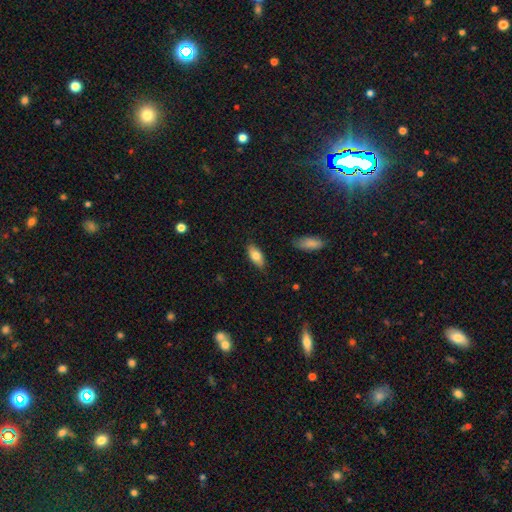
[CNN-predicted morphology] This appears to be a smooth galaxy with no disk features (78%) that is in between round and cigar-shaped (86%). Merging: none (82%).